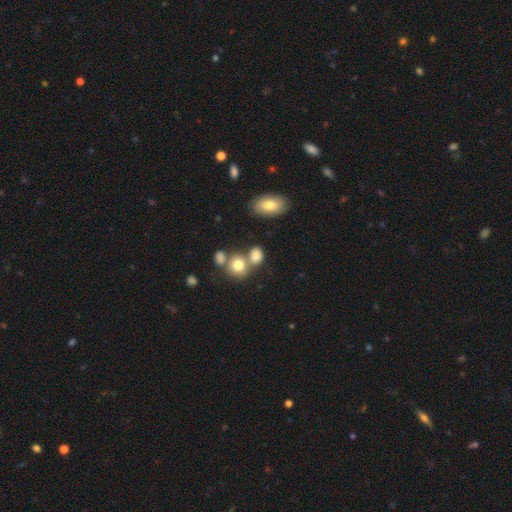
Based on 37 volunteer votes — Smooth or featured? 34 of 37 (92%) said smooth. How rounded? 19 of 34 (56%) said in between. Merging? 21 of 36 (58%) said none.